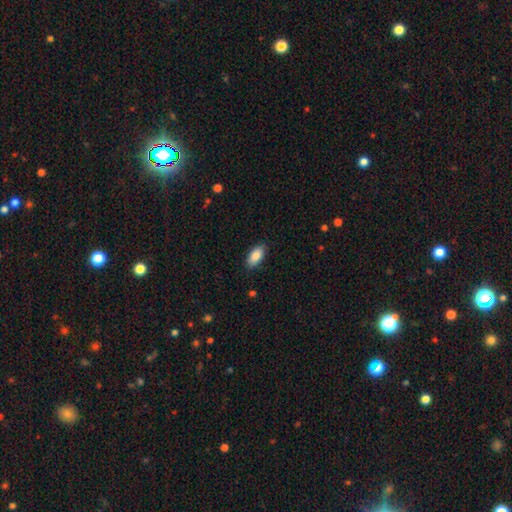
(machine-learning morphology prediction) Overall: smooth (88%). How rounded: in between (92%). Merging: none (86%).